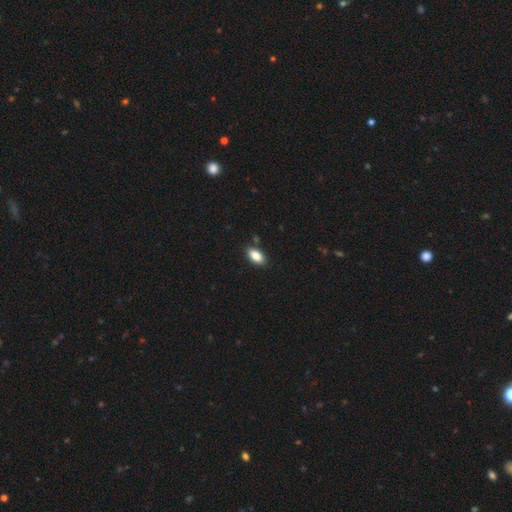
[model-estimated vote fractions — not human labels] This appears to be a smooth galaxy with no disk features (87%) that is in between round and cigar-shaped (92%). Merging: none (86%).